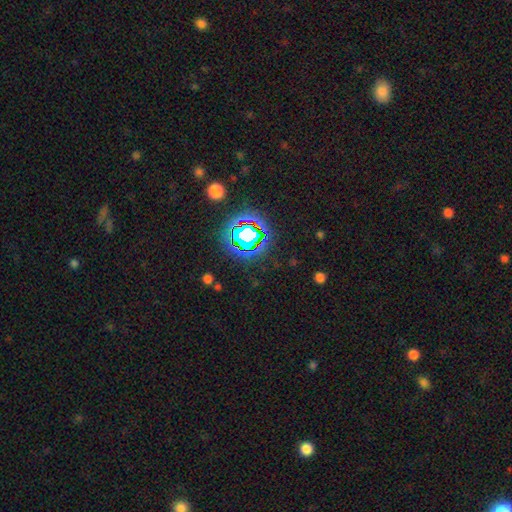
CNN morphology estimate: Overall: star or artifact (79%).